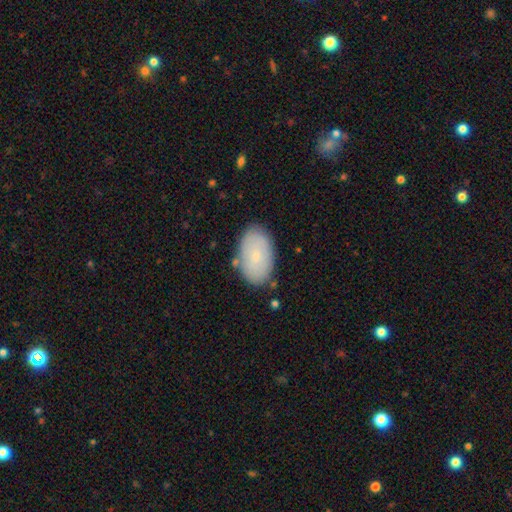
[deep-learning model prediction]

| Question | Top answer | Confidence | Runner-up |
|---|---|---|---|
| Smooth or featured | smooth | 74% | featured or disk (19%) |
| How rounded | in between | 94% | round (5%) |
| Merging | none | 82% | minor disturbance (13%) |